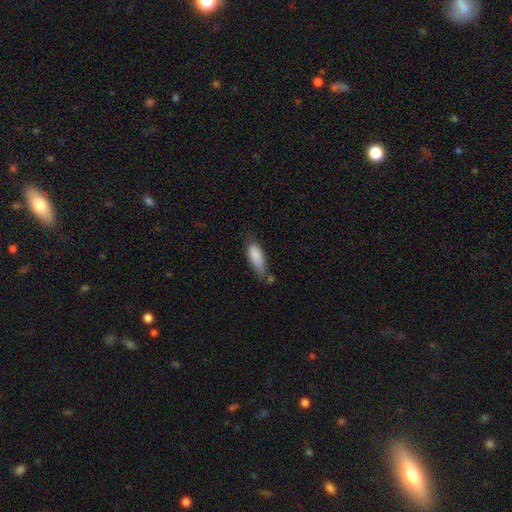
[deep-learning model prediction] Overall: smooth (85%). How rounded: in between (69%; cigar-shaped 29%). Merging: none (45%; minor disturbance 35%).